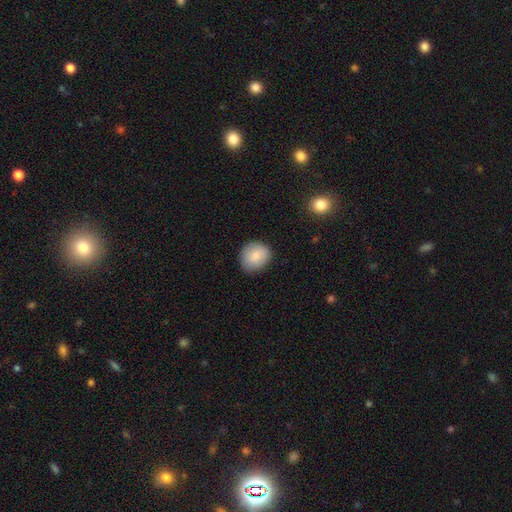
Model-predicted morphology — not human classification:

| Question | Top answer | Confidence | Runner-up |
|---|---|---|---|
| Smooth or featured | smooth | 85% | featured or disk (8%) |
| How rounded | round | 72% | in between (27%) |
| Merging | none | 79% | minor disturbance (17%) |